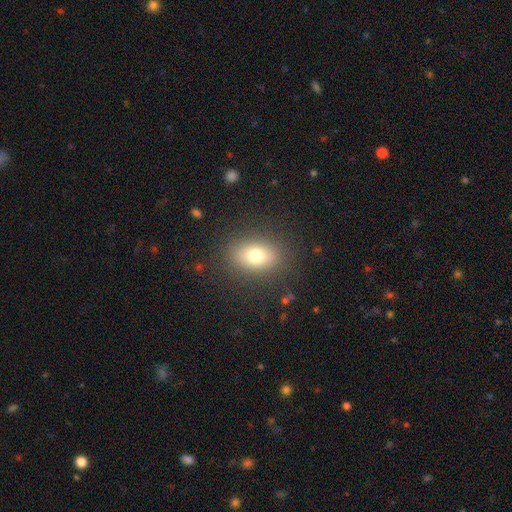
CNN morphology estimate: type=smooth (75%); roundness=in between (73%); merging=none (84%).